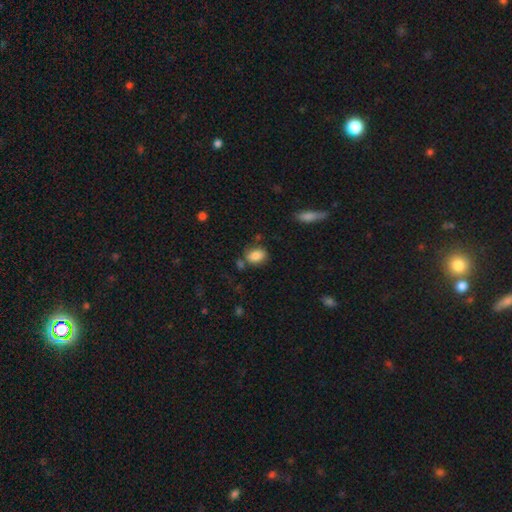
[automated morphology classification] smooth-or-featured: smooth: 84% | star or artifact: 9% | featured or disk: 7%
  how-rounded: in between: 76% | round: 22% | cigar-shaped: 2%
  merging: none: 69% | minor disturbance: 16% | merger: 10% | major disturbance: 5%